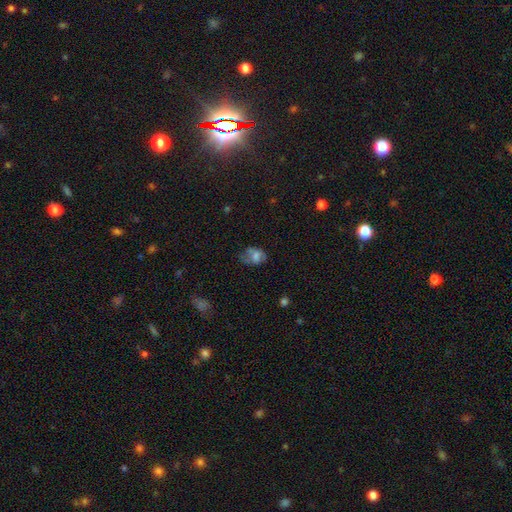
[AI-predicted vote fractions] smooth-or-featured: smooth: 59% | featured or disk: 29% | star or artifact: 12%
  how-rounded: in between: 76% | round: 23% | cigar-shaped: 2%
  merging: none: 42% | minor disturbance: 29% | major disturbance: 24% | merger: 5%